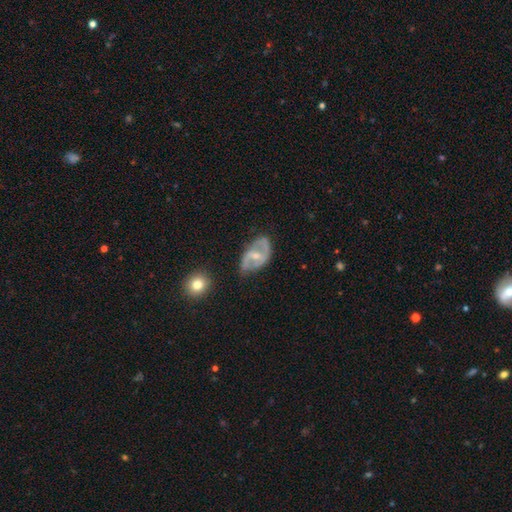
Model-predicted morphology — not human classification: Overall: featured or disk (77%). Edge-on disk: no (96%). Bar: weak (46%; no 29%). Spiral arms: yes (81%). Spiral arm count: 2 (82%). Spiral winding: medium (46%; loose 34%). Bulge size: moderate (48%; small 47%). Merging: none (60%; minor disturbance 27%).